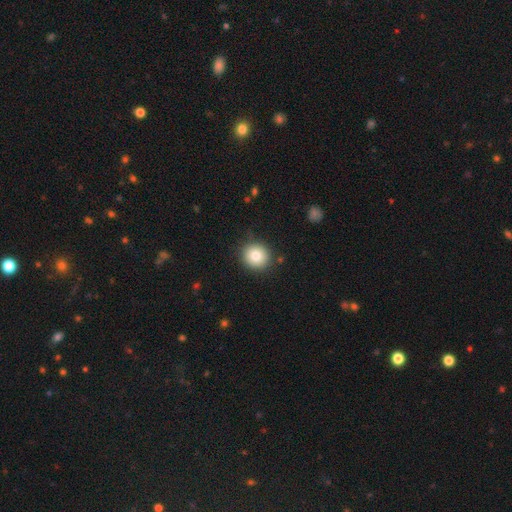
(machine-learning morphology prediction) The model was most divided on "smooth or featured": smooth: 81%, star or artifact: 10%, featured or disk: 10%. More confident: how rounded — round (89%); merging — none (88%).